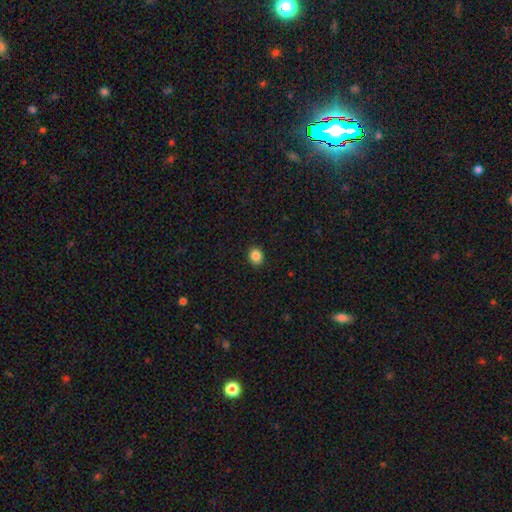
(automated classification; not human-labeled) A smooth galaxy with no disk features (86%) that is round (67%). Merging: none (91%).